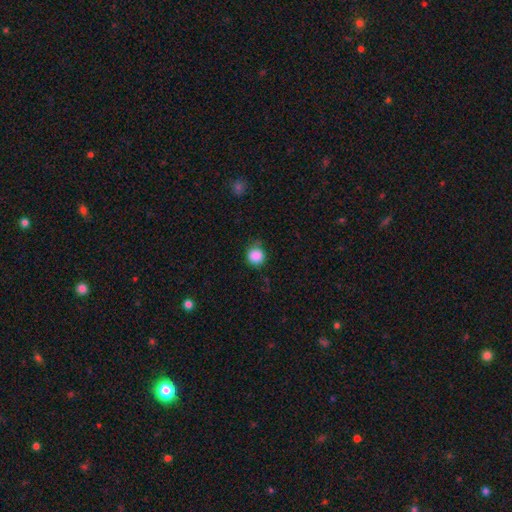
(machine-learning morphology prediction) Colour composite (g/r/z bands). It shows a smooth galaxy with no disk features (87%) that is round (91%). Merging: none (73%).